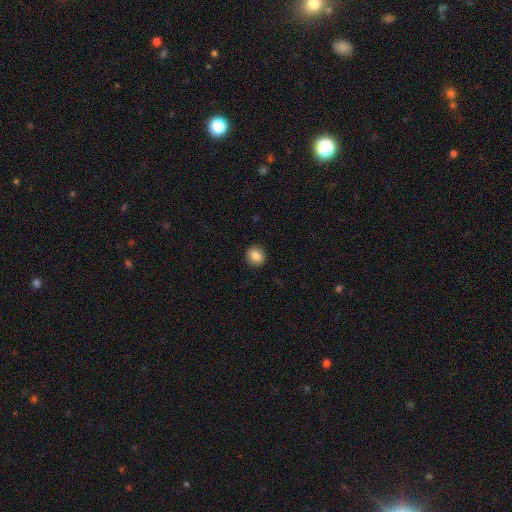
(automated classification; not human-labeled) smooth-or-featured: smooth: 85% | star or artifact: 9% | featured or disk: 6%
  how-rounded: round: 86% | in between: 13% | cigar-shaped: 1%
  merging: none: 92% | minor disturbance: 6% | major disturbance: 2% | merger: 1%